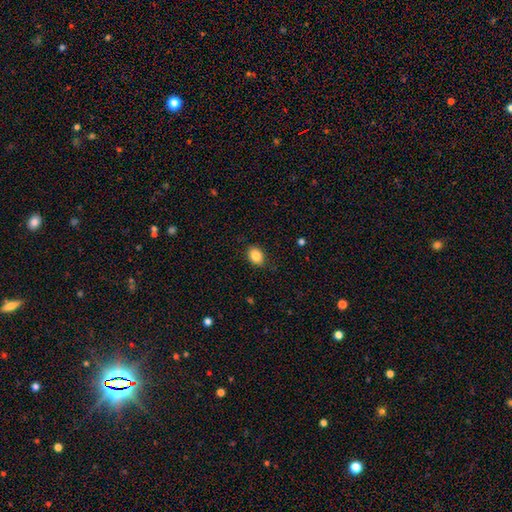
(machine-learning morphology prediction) smooth-or-featured: smooth: 86% | star or artifact: 9% | featured or disk: 5%
  how-rounded: in between: 71% | round: 28% | cigar-shaped: 1%
  merging: none: 85% | minor disturbance: 11% | major disturbance: 3% | merger: 1%